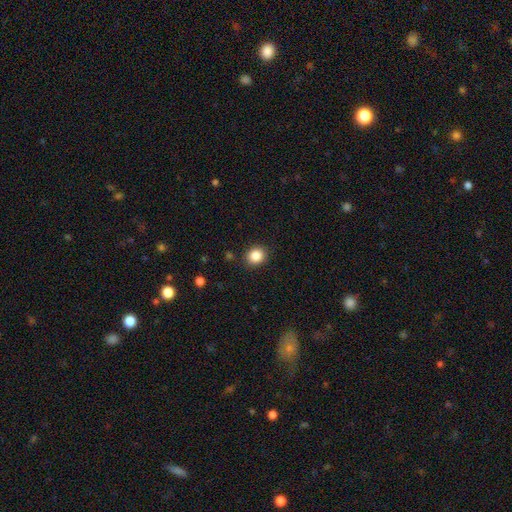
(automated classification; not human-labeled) Smooth or featured: smooth — 86% (star or artifact — 10%)
How rounded: round — 71% (in between — 28%)
Merging: none — 89% (minor disturbance — 7%)